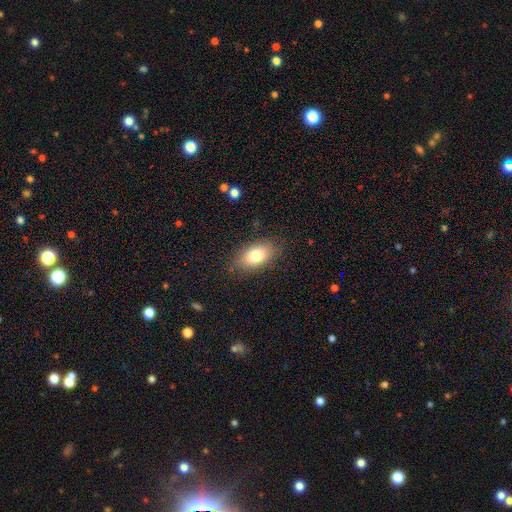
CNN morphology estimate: This is likely a smooth galaxy (80%). How rounded: clearly in between (91%). Merging: clearly none (83%).